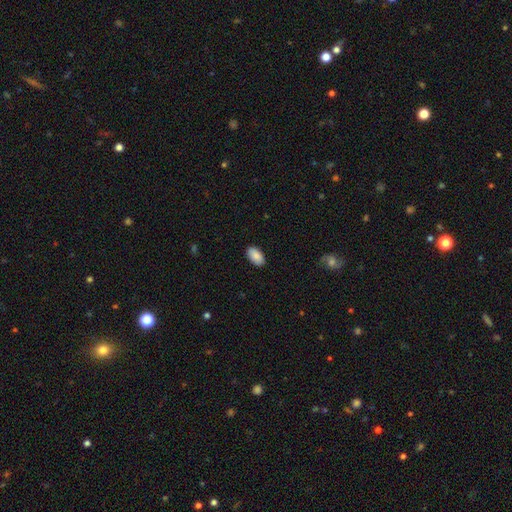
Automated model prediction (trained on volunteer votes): smooth 88%, star or artifact 7%, featured or disk 5%. Down the decision tree: how rounded — in between (95%); merging — none (88%).